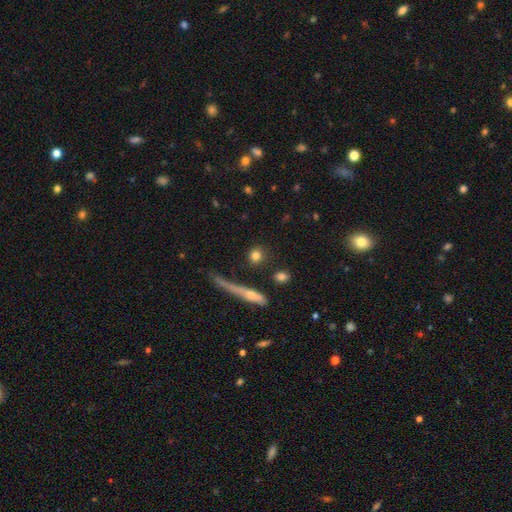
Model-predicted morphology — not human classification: This appears to be a smooth galaxy with no disk features (80%) that is round (78%). Merging: none (81%).